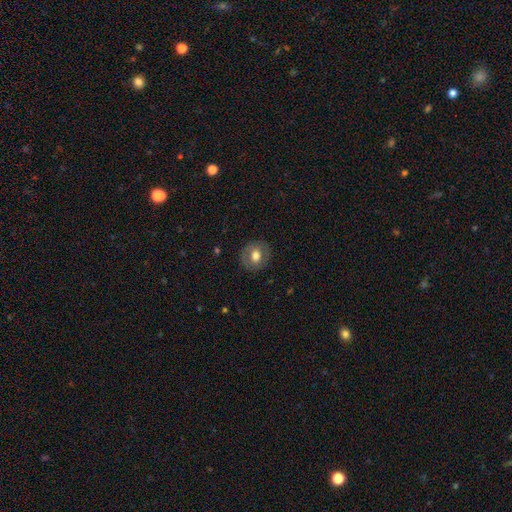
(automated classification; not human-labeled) Morphology: type=smooth (60%); roundness=round (78%); merging=none (84%).